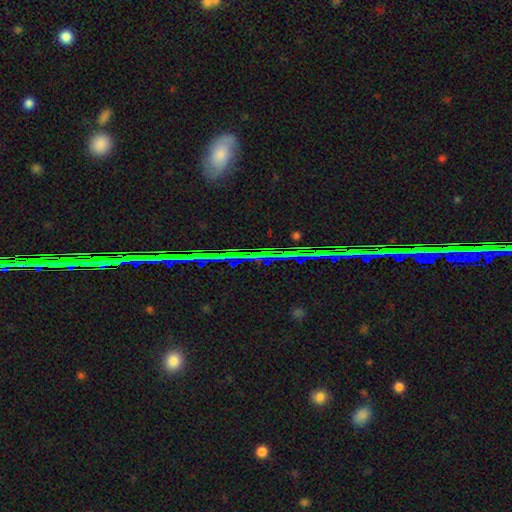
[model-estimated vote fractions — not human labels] A star or artifact, not a galaxy (71%).

Vote fractions:
- Smooth or featured? star or artifact: 71% / smooth: 16% / featured or disk: 13%